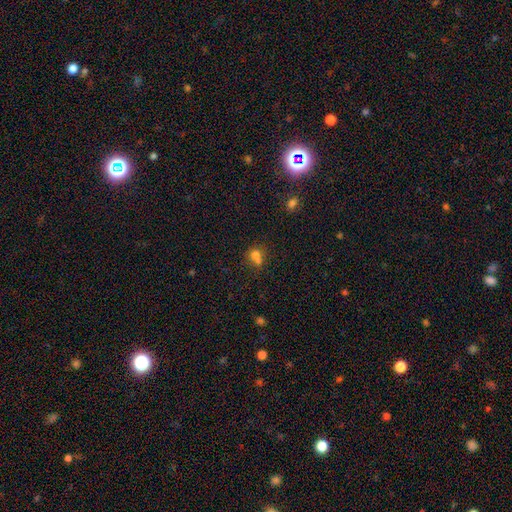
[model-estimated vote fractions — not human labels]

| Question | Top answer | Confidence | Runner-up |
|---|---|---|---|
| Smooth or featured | smooth | 73% | star or artifact (15%) |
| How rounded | round | 76% | in between (23%) |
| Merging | merger | 48% | none (38%) |